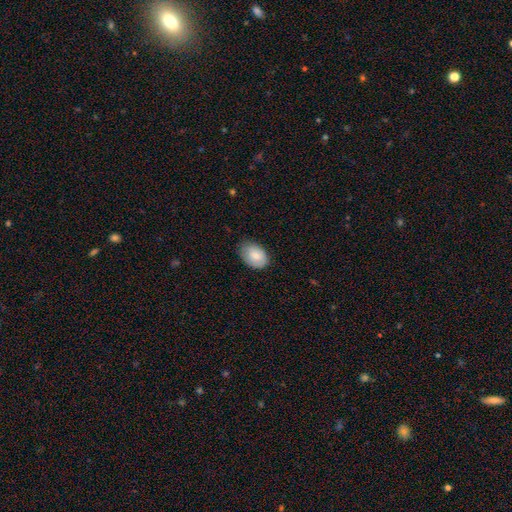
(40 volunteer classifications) This appears to be a smooth galaxy with no disk features (78%) that is in between round and cigar-shaped (94%). Merging: none (69%).